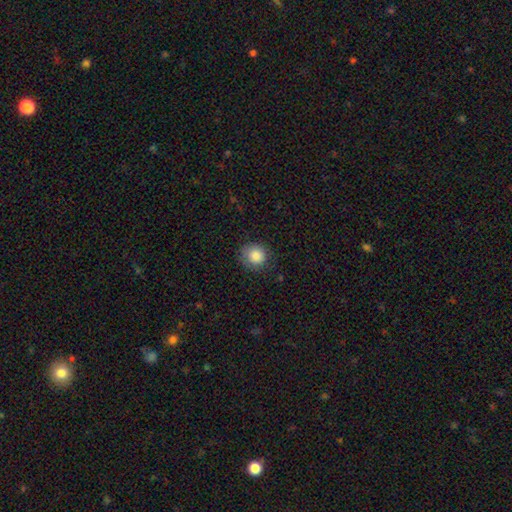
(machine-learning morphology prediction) smooth_or_featured: smooth (p=0.86) [alt: star or artifact p=0.09]
how_rounded: round (p=0.87) [alt: in between p=0.12]
merging: none (p=0.78) [alt: minor disturbance p=0.16]